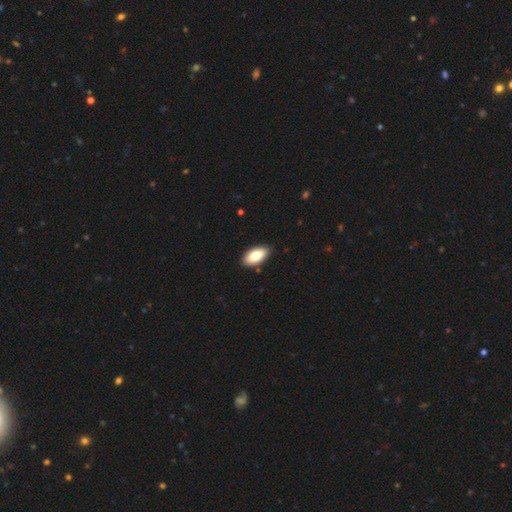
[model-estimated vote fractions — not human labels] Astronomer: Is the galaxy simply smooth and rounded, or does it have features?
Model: smooth — 83%.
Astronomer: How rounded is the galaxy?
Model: in between — 94%.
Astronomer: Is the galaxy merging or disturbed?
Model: none — 87%.